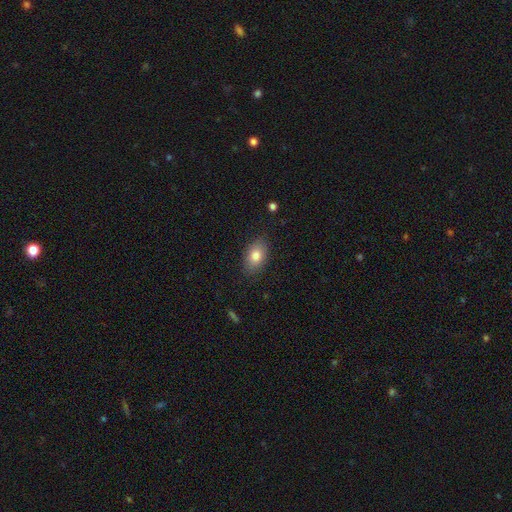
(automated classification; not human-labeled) Smooth or featured? smooth (80%)
How rounded? in between (87%)
Merging? none (85%)